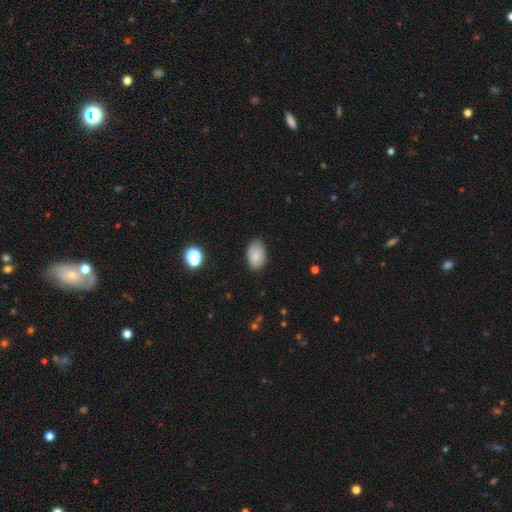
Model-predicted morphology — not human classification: The model was most divided on "smooth or featured": smooth: 78%, featured or disk: 13%, star or artifact: 9%. More confident: how rounded — in between (89%); merging — none (81%).